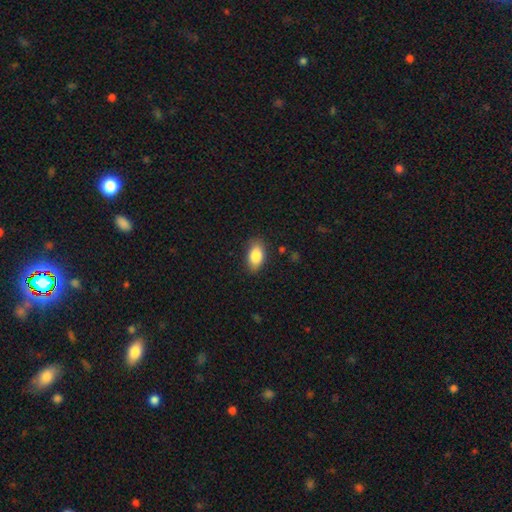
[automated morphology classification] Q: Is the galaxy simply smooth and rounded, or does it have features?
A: smooth — 84%.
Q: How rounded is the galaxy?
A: in between — 89%.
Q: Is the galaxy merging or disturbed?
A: none — 84%.